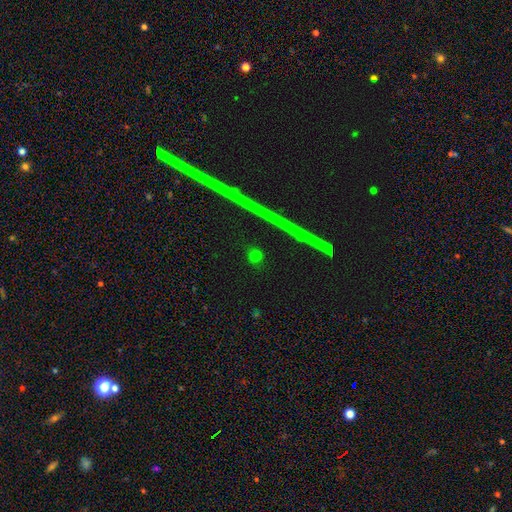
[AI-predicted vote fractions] This is possibly a star or artifact rather than a galaxy (47%).